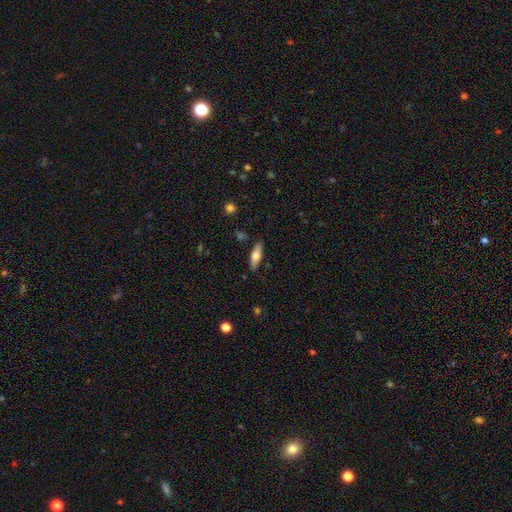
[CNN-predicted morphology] Overall: smooth (58%; featured or disk 36%). How rounded: cigar-shaped (50%; in between 48%). Merging: none (86%).